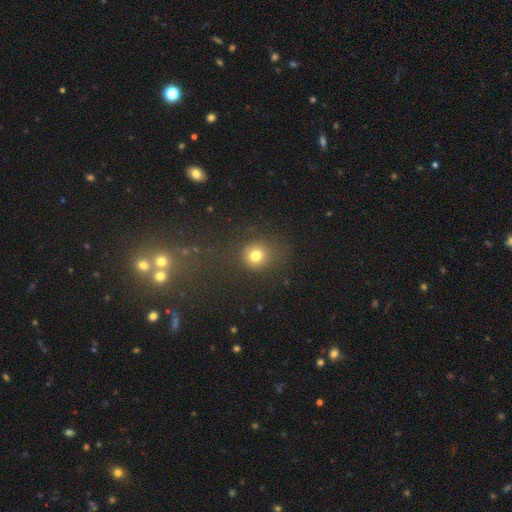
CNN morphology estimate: A smooth galaxy with no disk features (77%) that is round (85%).

Vote fractions:
- Smooth or featured? smooth: 77% / star or artifact: 16% / featured or disk: 7%
- How rounded? round: 85% / in between: 14% / cigar-shaped: 1%
- Merging? none: 75% / minor disturbance: 12% / major disturbance: 8% / merger: 5%